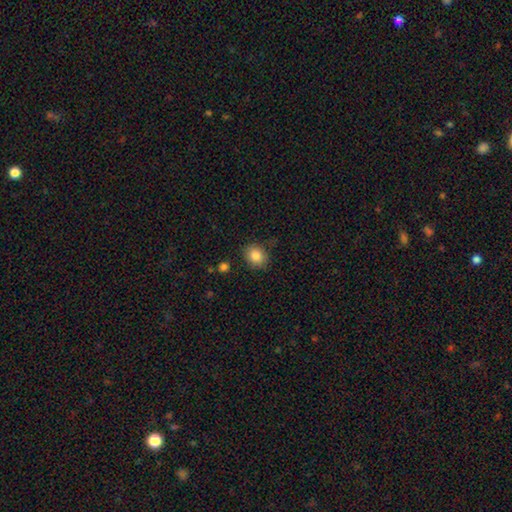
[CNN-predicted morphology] The model was most divided on "how rounded": round: 64%, in between: 35%, cigar-shaped: 1%. More confident: smooth or featured — smooth (84%); merging — none (82%).